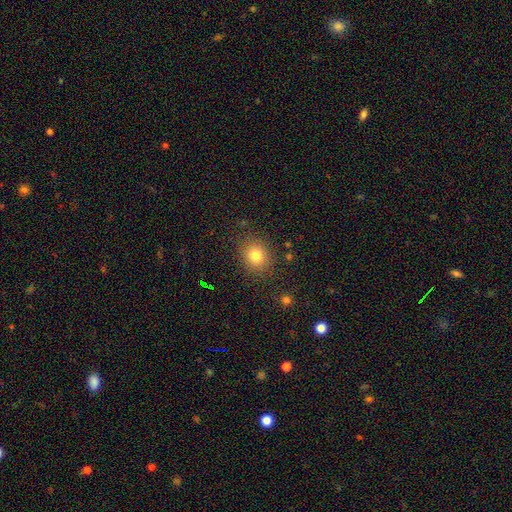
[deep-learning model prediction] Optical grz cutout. It shows a smooth galaxy with no disk features (79%) that is round (75%). Merging: none (86%).